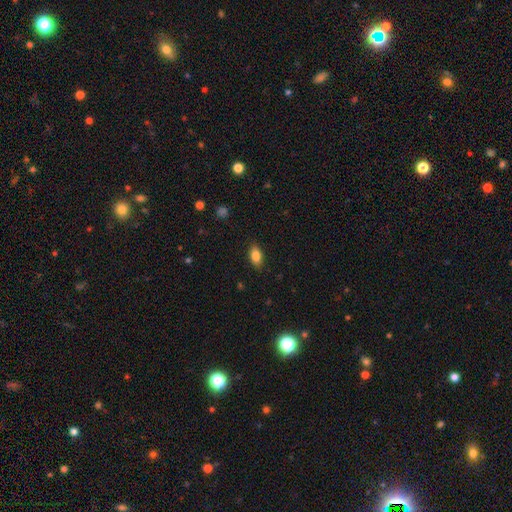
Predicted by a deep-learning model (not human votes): This appears to be a smooth galaxy with no disk features (86%) that is in between round and cigar-shaped (89%). Merging: none (86%).